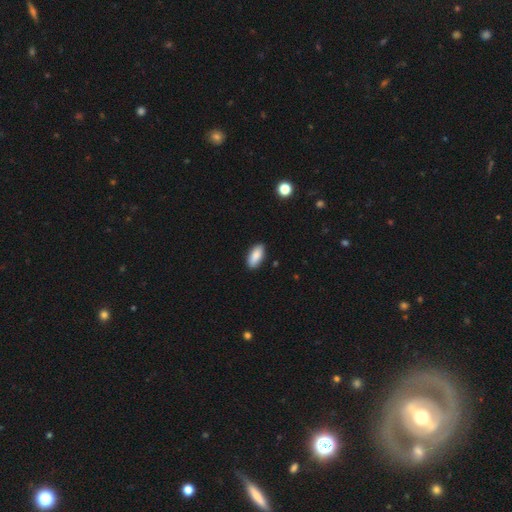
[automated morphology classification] This is clearly a smooth galaxy (87%). How rounded: clearly in between (88%). Merging: clearly none (88%).